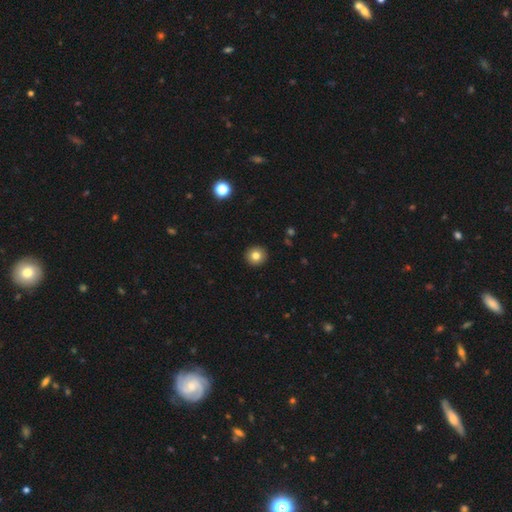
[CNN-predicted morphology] Overall: smooth (81%). How rounded: round (93%). Merging: none (93%).